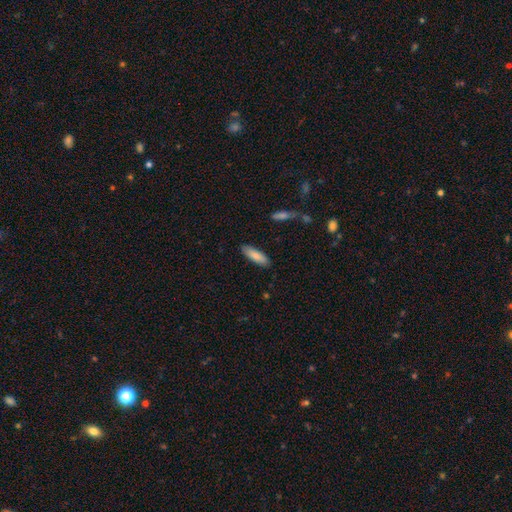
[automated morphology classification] smooth_or_featured: smooth (p=0.85) [alt: featured or disk p=0.09]
how_rounded: cigar-shaped (p=0.51) [alt: in between p=0.48]
merging: none (p=0.88) [alt: minor disturbance p=0.09]